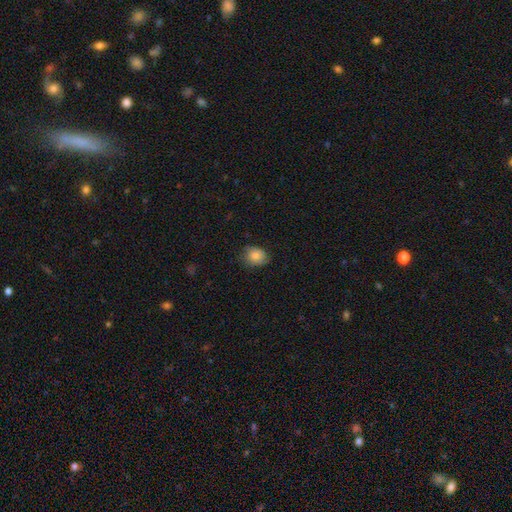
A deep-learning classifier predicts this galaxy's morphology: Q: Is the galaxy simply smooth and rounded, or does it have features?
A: smooth — 84%.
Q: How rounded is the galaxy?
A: round — 56%.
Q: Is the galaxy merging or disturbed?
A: none — 75%.